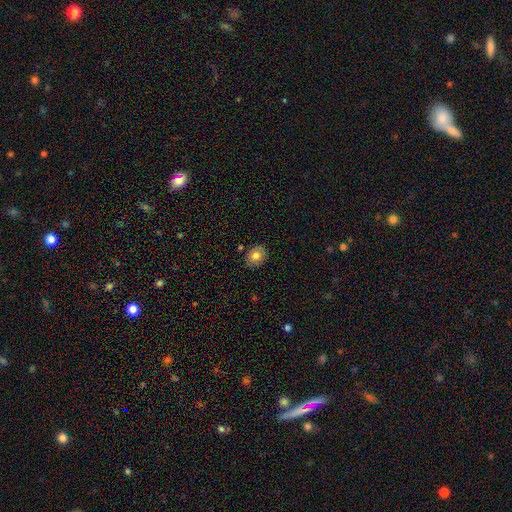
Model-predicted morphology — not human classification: This appears to be a smooth galaxy with no disk features (79%) that is in between round and cigar-shaped (51%). Merging: none (85%).